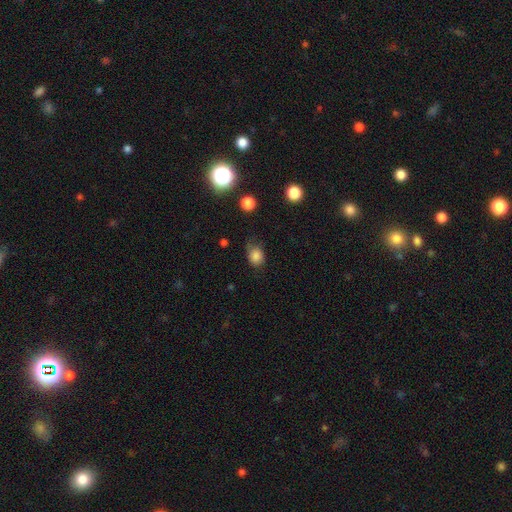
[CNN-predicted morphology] Q: Smooth or featured?
A: smooth (83%); runner-up: star or artifact (11%)
Q: How rounded?
A: round (51%); runner-up: in between (48%)
Q: Merging?
A: none (57%); runner-up: minor disturbance (32%)